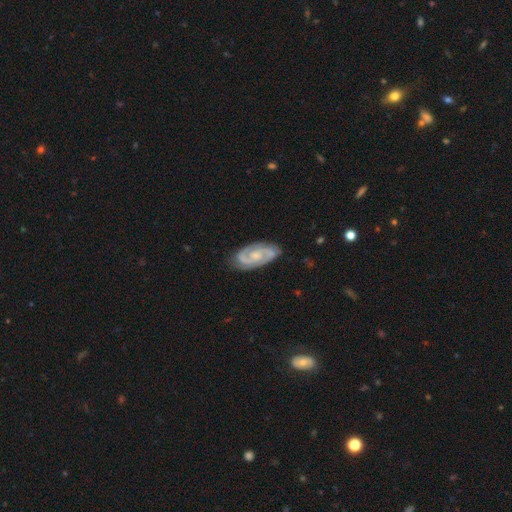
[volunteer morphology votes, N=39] This appears to be a featured or disk galaxy (95%) with no bar (64%), 2 (100%) tight (56%) spiral arms (100%) and a moderate central bulge (53%). Merging: none (90%).